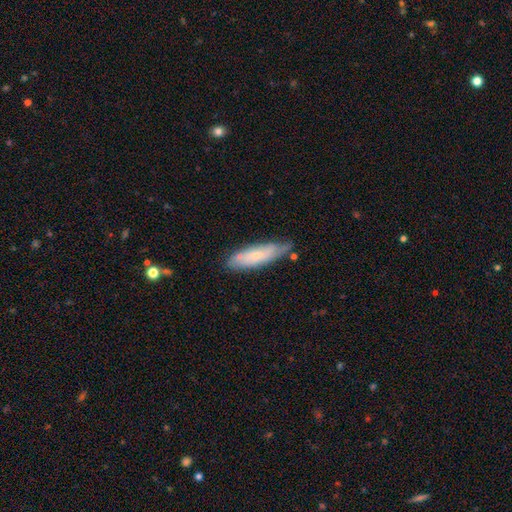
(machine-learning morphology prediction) type=smooth (56%); roundness=cigar-shaped (56%); merging=none (66%).